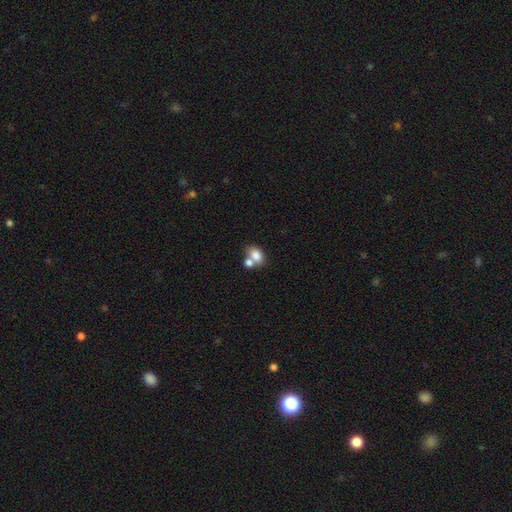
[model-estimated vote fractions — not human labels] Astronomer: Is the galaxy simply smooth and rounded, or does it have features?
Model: smooth — 80%.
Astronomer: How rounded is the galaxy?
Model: in between — 70%.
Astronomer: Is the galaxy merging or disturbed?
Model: merger — 45% (runner-up: none, 41%).